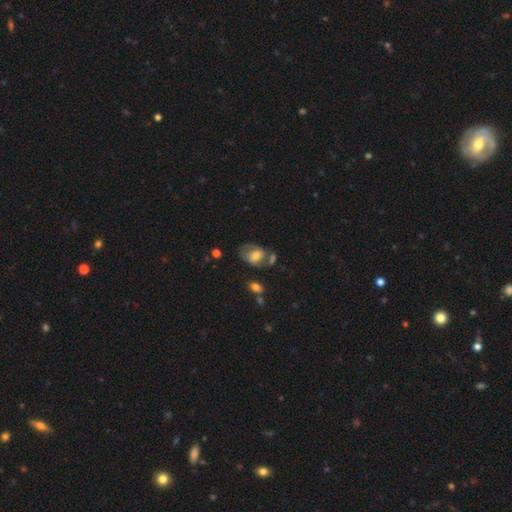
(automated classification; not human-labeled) Smooth or featured? smooth (62%)
How rounded? in between (76%)
Merging? none (38%)